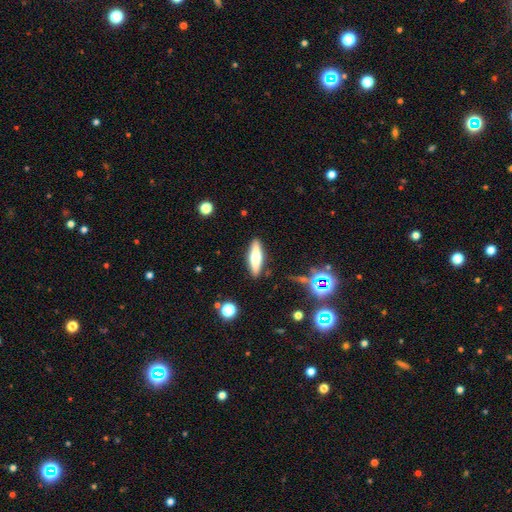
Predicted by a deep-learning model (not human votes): Q: Smooth or featured?
A: smooth (51%); runner-up: featured or disk (41%)
Q: How rounded?
A: cigar-shaped (64%); runner-up: in between (34%)
Q: Merging?
A: none (87%); runner-up: minor disturbance (9%)